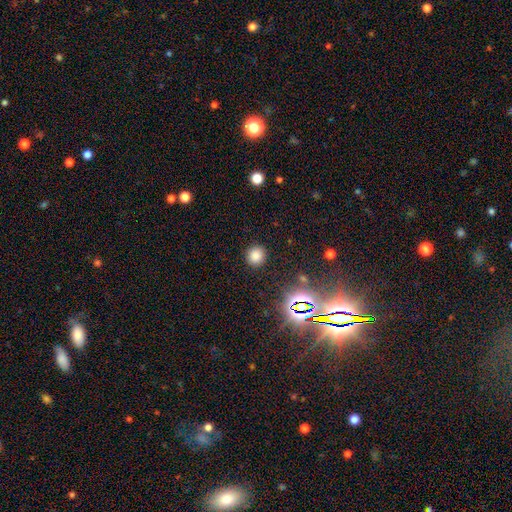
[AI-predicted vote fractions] This appears to be a smooth galaxy with no disk features (79%) that is round (88%). Merging: none (90%).